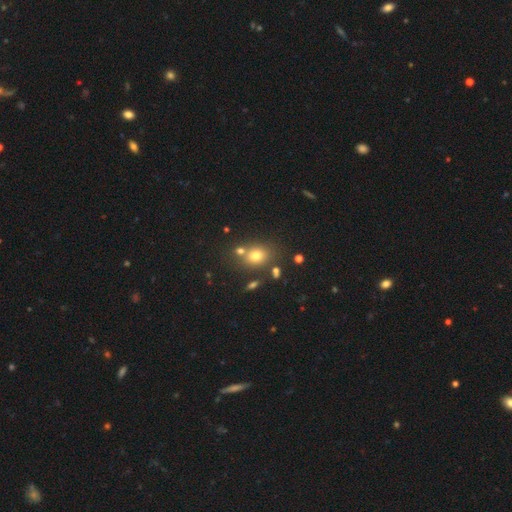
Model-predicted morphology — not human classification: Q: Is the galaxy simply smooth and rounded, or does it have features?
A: smooth — 73%.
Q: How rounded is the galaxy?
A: in between — 50%.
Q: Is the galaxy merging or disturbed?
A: none — 64%.